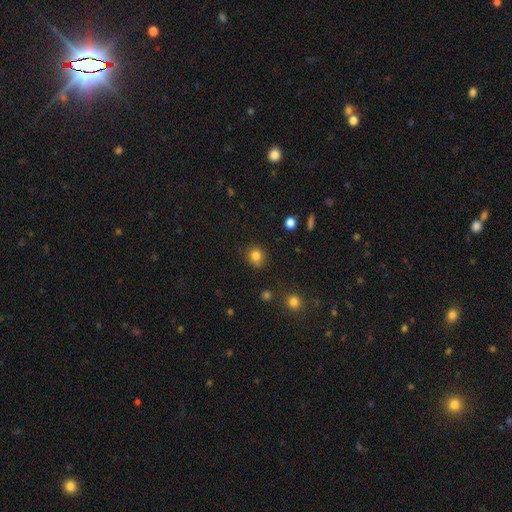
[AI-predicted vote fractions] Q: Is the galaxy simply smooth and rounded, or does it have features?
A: smooth — 82%.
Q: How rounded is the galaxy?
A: round — 84%.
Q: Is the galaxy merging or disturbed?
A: none — 81%.